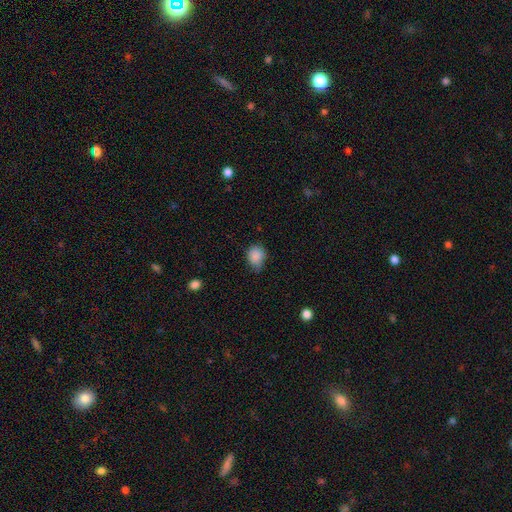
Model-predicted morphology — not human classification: Overall: smooth (86%). How rounded: round (60%; in between 39%). Merging: none (55%; minor disturbance 37%).